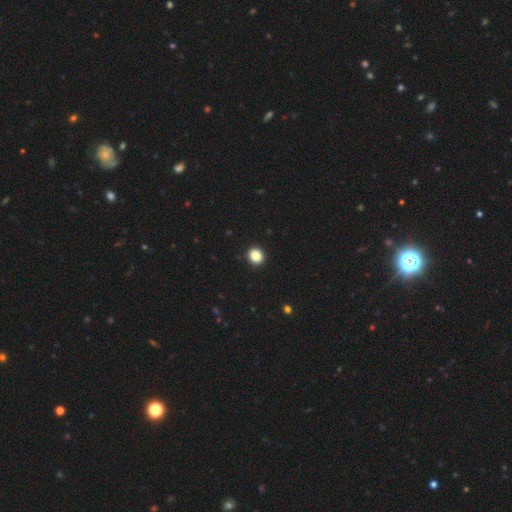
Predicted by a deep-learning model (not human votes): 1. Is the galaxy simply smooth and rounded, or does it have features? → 86% smooth, 10% star or artifact, 4% featured or disk.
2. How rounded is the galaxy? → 85% round, 15% in between, 1% cigar-shaped.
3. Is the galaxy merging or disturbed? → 93% none, 5% minor disturbance, 1% major disturbance, 1% merger.